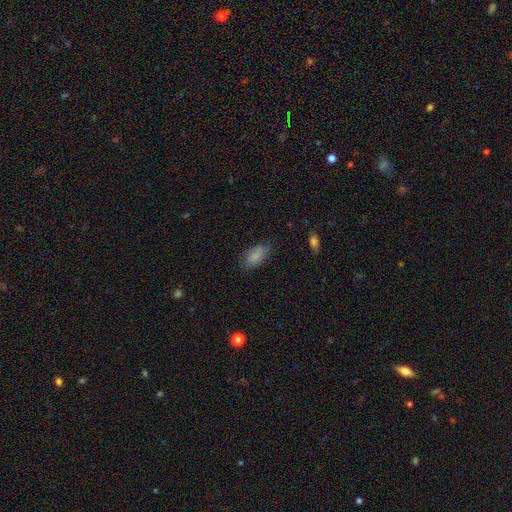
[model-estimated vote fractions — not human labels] Smooth or featured: smooth — 81% (featured or disk — 11%)
How rounded: in between — 91% (cigar-shaped — 6%)
Merging: none — 71% (minor disturbance — 22%)